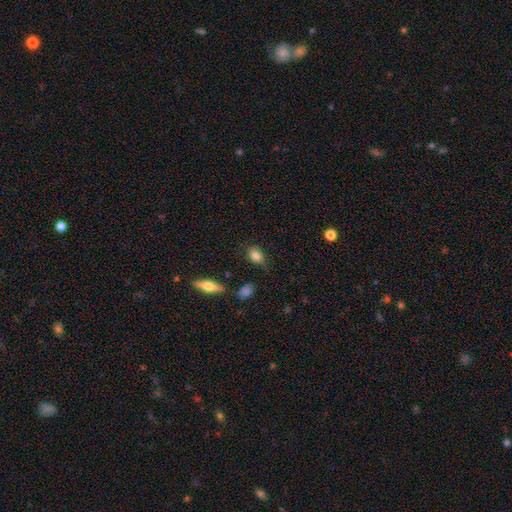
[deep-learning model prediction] smooth 81%, featured or disk 11%, star or artifact 8%. Down the decision tree: how rounded — in between (72%); merging — none (69%).